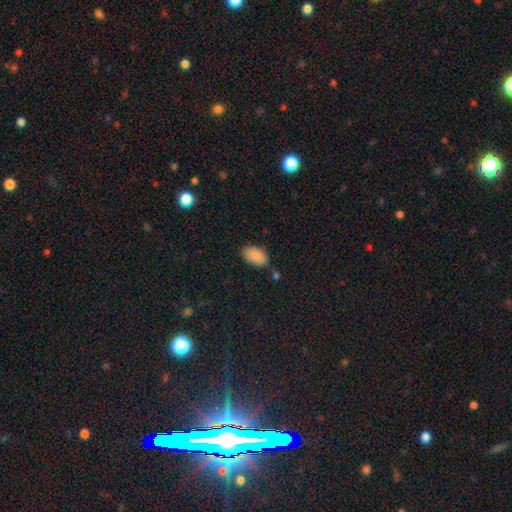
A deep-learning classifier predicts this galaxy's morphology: Smooth or featured? Predicted: smooth (p=0.89). How rounded? Predicted: in between (p=0.94). Merging? Predicted: none (p=0.77).